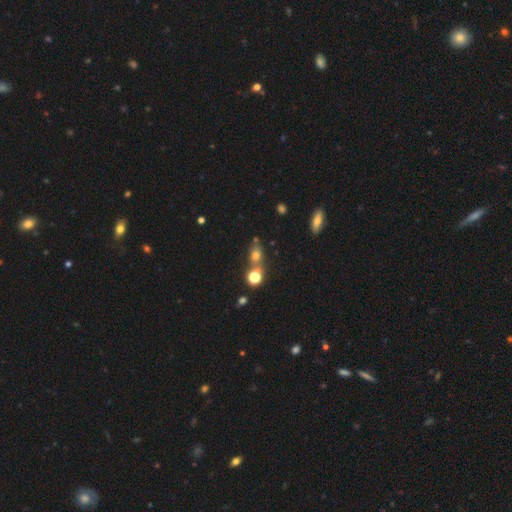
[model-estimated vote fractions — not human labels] Smooth or featured? smooth (56%)
How rounded? round (59%)
Merging? none (53%)